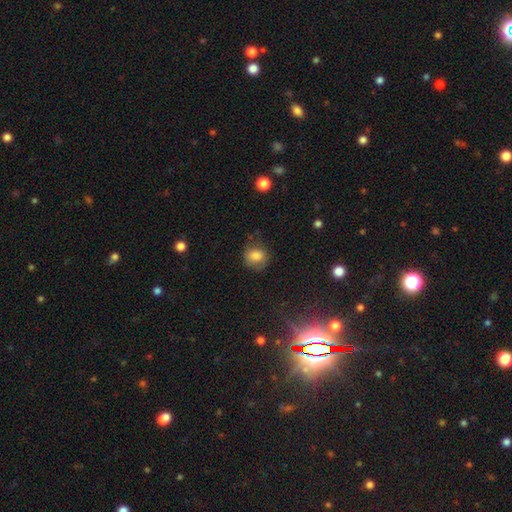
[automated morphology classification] type=smooth (78%); roundness=round (71%); merging=none (65%).